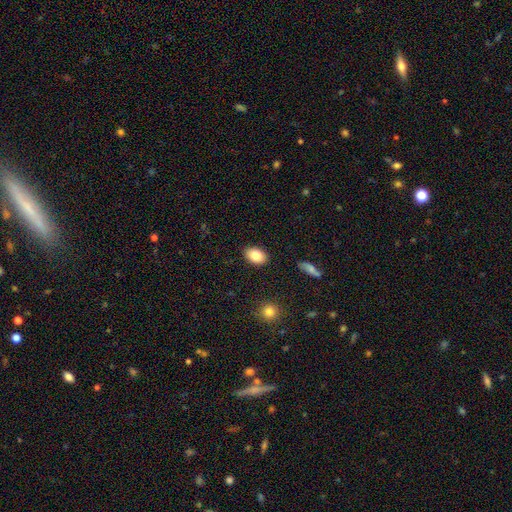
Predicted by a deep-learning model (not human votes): Smooth or featured: smooth — 83% (featured or disk — 10%)
How rounded: in between — 84% (round — 14%)
Merging: none — 88% (minor disturbance — 8%)